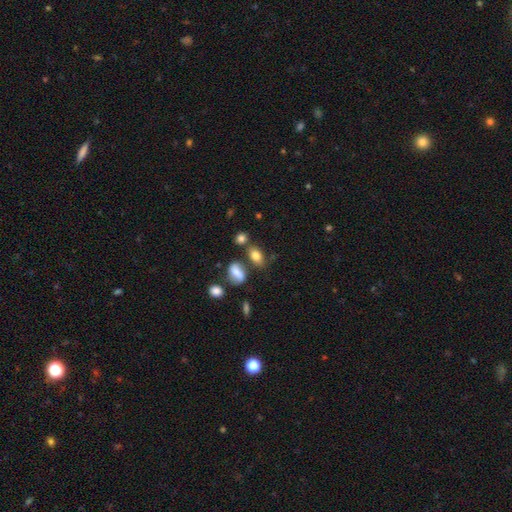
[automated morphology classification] This appears to be a smooth galaxy with no disk features (80%) that is in between round and cigar-shaped (82%). Merging: none (65%).